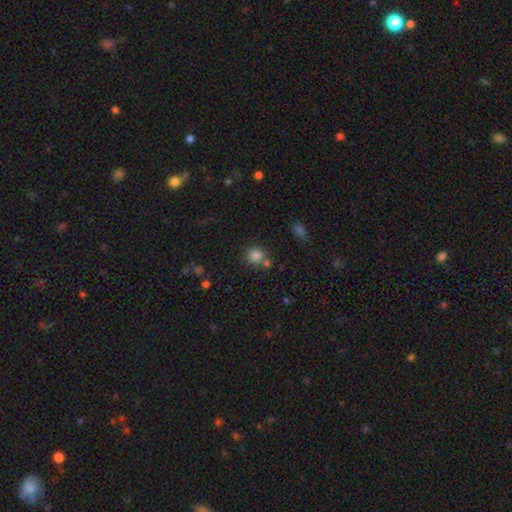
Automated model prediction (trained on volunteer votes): Smooth or featured? smooth (82%)
How rounded? round (85%)
Merging? none (64%)